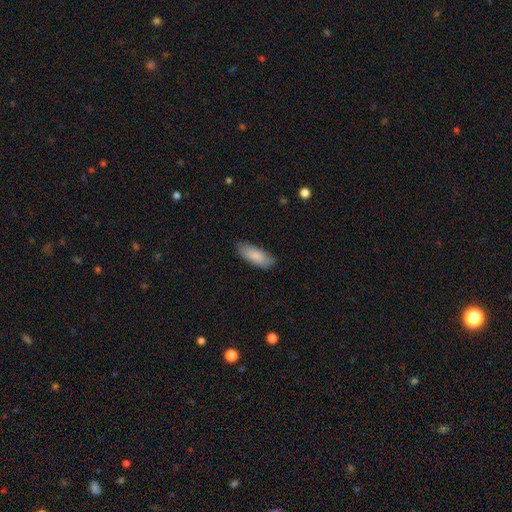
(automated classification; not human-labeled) Smooth or featured: smooth — 86% (featured or disk — 9%)
How rounded: in between — 79% (cigar-shaped — 20%)
Merging: none — 79% (minor disturbance — 17%)